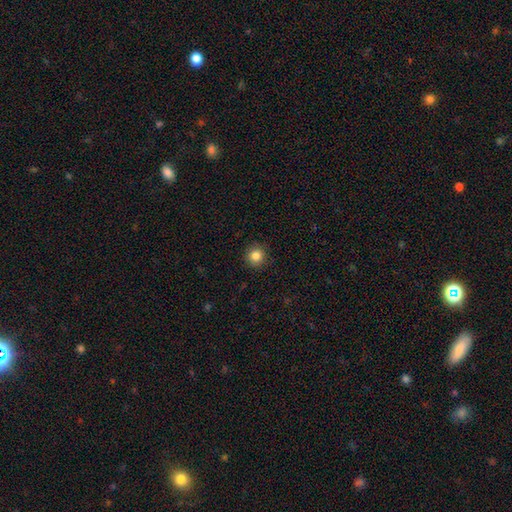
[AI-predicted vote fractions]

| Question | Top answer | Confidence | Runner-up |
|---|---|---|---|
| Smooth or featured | smooth | 85% | star or artifact (10%) |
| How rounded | round | 93% | in between (6%) |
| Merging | none | 91% | minor disturbance (6%) |